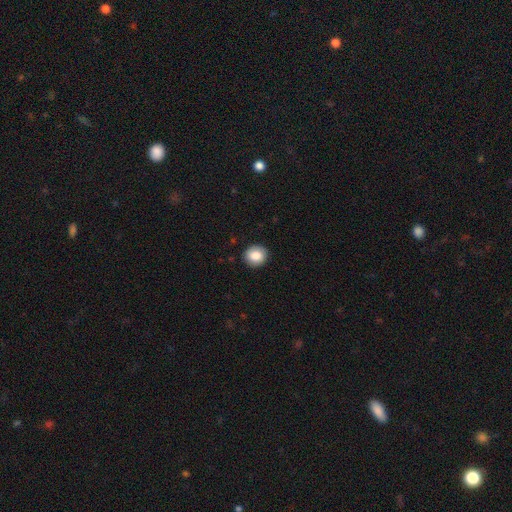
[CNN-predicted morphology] Smooth or featured: smooth — 85% (star or artifact — 8%)
How rounded: round — 80% (in between — 19%)
Merging: none — 90% (minor disturbance — 7%)